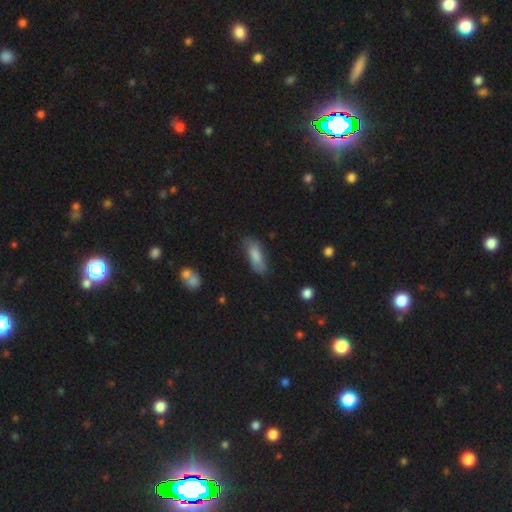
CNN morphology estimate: smooth 77%, featured or disk 16%, star or artifact 7%. Down the decision tree: how rounded — in between (69%); merging — none (64%).